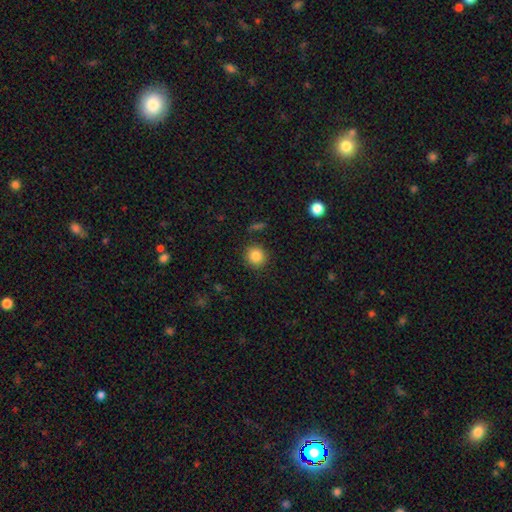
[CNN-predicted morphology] A smooth galaxy with no disk features (86%) that is round (89%).

Vote fractions:
- Smooth or featured? smooth: 86% / star or artifact: 10% / featured or disk: 4%
- How rounded? round: 89% / in between: 10% / cigar-shaped: 1%
- Merging? none: 87% / minor disturbance: 8% / major disturbance: 3% / merger: 2%